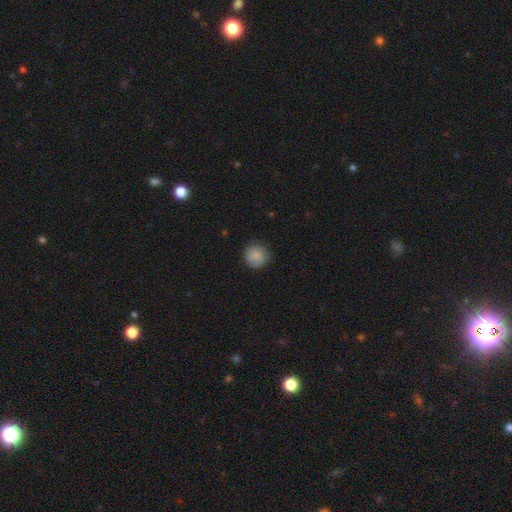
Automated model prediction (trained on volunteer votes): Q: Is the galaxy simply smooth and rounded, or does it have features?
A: smooth — 86%.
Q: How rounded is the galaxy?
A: round — 92%.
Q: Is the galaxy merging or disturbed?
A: none — 83%.